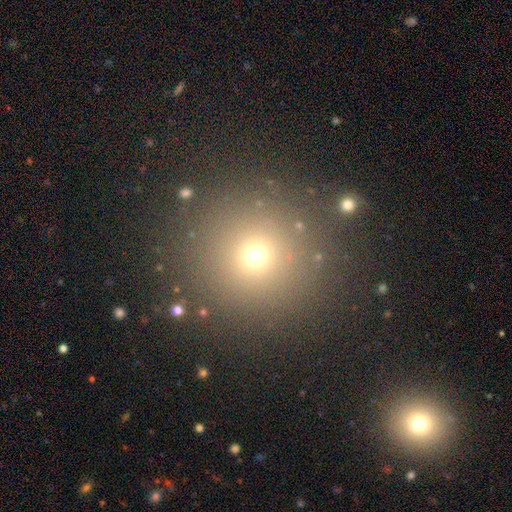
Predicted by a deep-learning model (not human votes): Smooth or featured?
  - smooth: 66% *
  - star or artifact: 26%
  - featured or disk: 8%
How rounded?
  - round: 94% *
  - in between: 5%
  - cigar-shaped: 1%
Merging?
  - none: 87% *
  - minor disturbance: 6%
  - major disturbance: 3%
  - merger: 3%